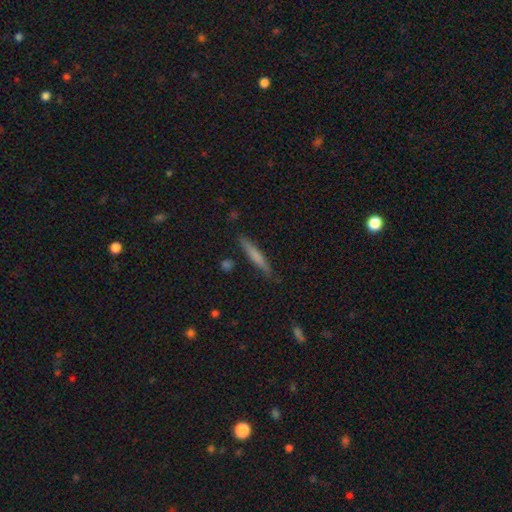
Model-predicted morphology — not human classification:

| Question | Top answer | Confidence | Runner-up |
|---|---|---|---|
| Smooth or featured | smooth | 64% | featured or disk (30%) |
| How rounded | cigar-shaped | 94% | in between (4%) |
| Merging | none | 86% | minor disturbance (10%) |